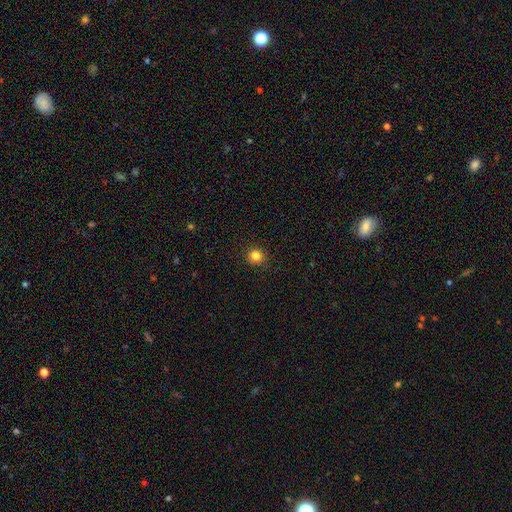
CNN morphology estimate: This appears to be a smooth galaxy with no disk features (83%) that is round (94%). Merging: none (91%).